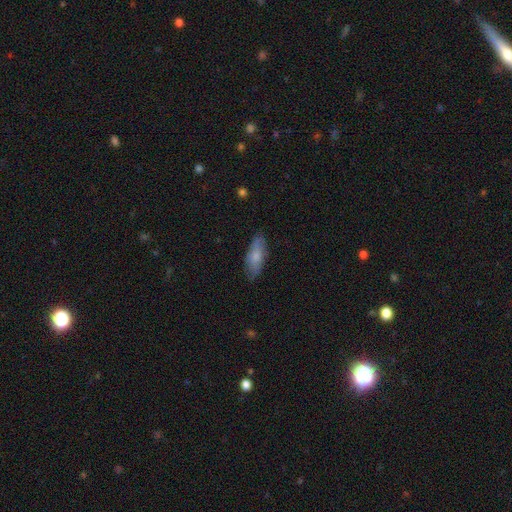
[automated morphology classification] smooth 72%, featured or disk 22%, star or artifact 6%. Down the decision tree: how rounded — in between (69%); merging — none (78%).